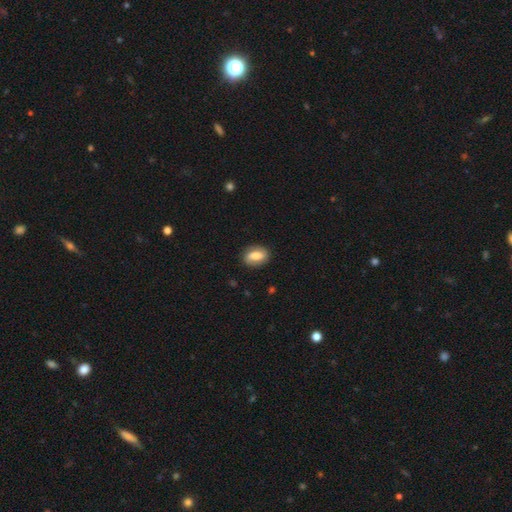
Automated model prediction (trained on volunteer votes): This appears to be a smooth galaxy with no disk features (56%) that is in between round and cigar-shaped (80%). Merging: none (83%).